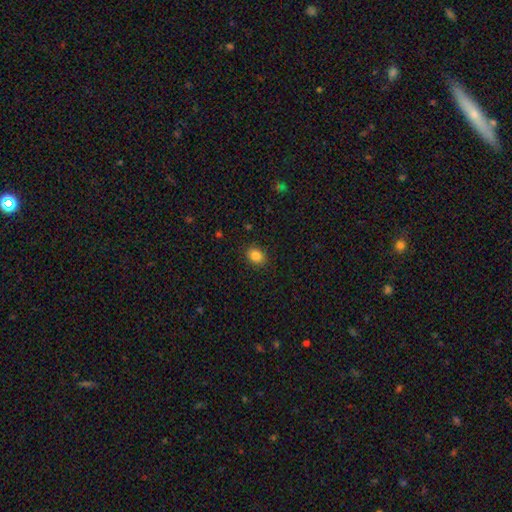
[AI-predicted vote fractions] Smooth or featured? smooth (85%)
How rounded? in between (57%)
Merging? none (88%)